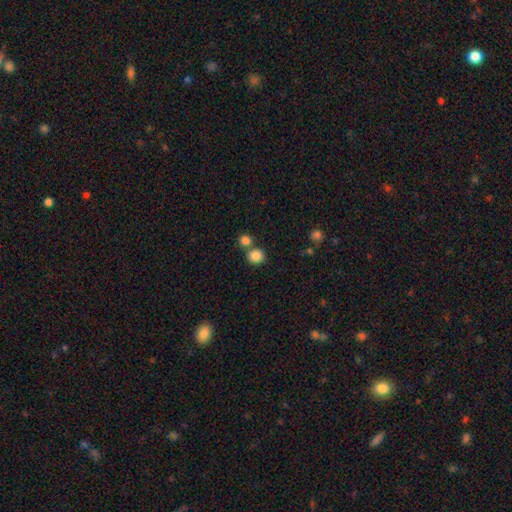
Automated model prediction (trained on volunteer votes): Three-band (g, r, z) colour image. It shows a smooth galaxy with no disk features (85%) that is round (85%). Merging: none (64%).